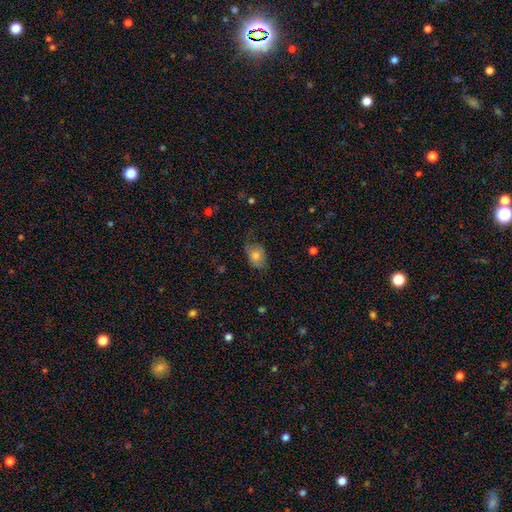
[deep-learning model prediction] A smooth galaxy with no disk features (67%) that is in between round and cigar-shaped (71%). Merging: none (58%).